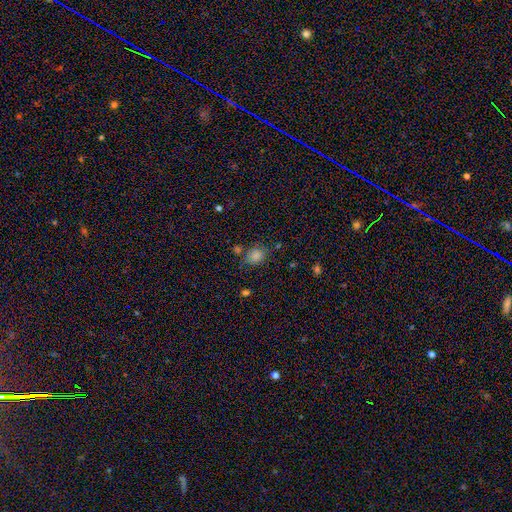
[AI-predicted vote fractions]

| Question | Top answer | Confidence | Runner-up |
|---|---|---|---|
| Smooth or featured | smooth | 80% | star or artifact (13%) |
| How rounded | in between | 56% | round (43%) |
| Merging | none | 65% | minor disturbance (20%) |